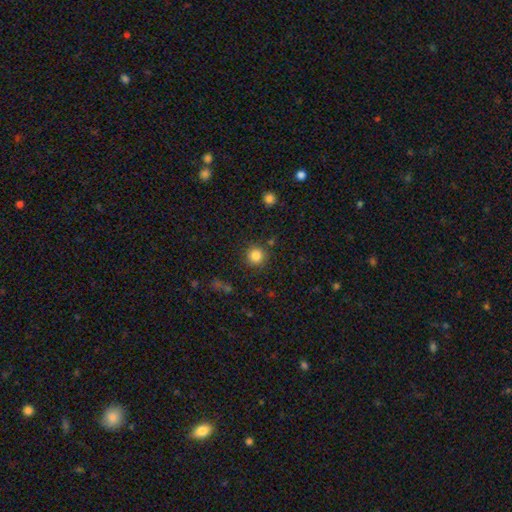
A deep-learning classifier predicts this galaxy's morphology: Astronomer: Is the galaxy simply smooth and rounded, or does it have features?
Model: smooth — 84%.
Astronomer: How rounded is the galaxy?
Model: round — 93%.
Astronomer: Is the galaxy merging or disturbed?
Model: none — 85%.